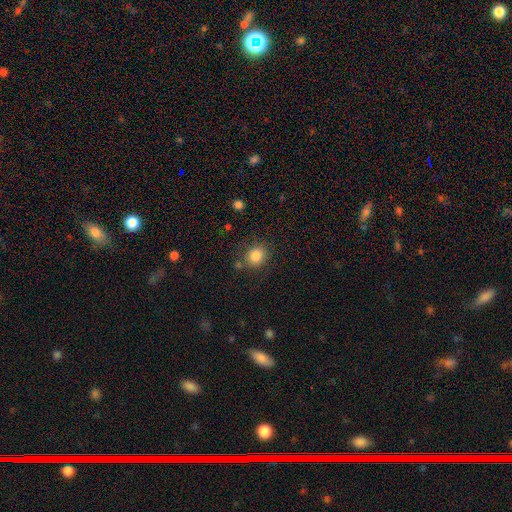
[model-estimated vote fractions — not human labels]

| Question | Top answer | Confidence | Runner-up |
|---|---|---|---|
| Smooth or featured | smooth | 83% | star or artifact (11%) |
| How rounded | round | 76% | in between (23%) |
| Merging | none | 79% | minor disturbance (12%) |